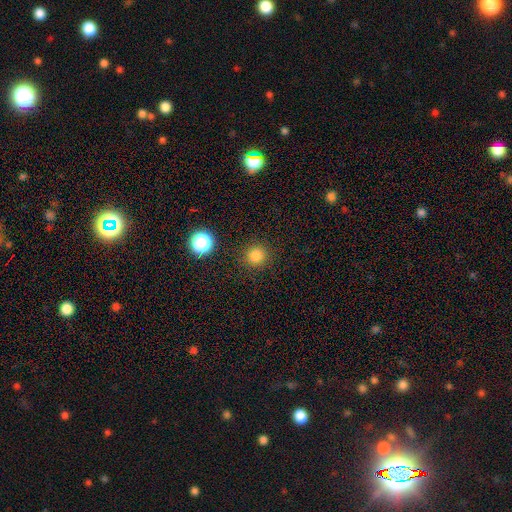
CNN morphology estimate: Overall: smooth (81%). How rounded: round (94%). Merging: none (89%).